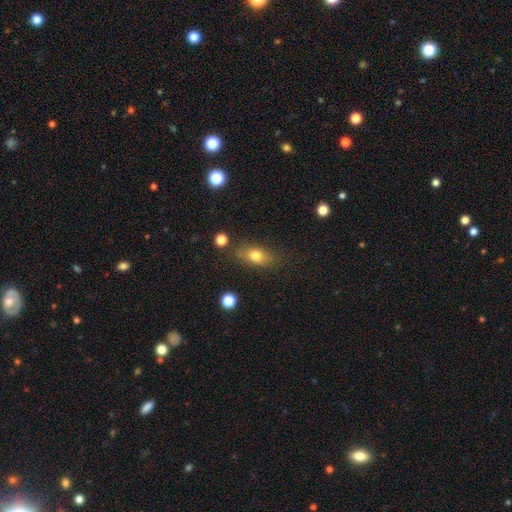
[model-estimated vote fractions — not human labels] smooth 76%, featured or disk 14%, star or artifact 10%. Down the decision tree: how rounded — in between (78%); merging — none (76%).